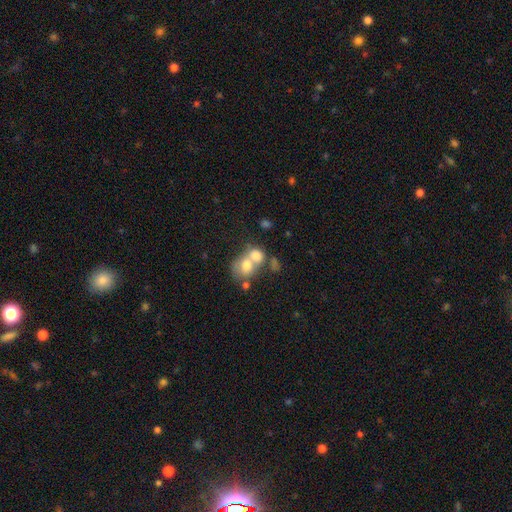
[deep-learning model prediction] Morphology: type=smooth (70%); roundness=round (53%); merging=merger (68%).